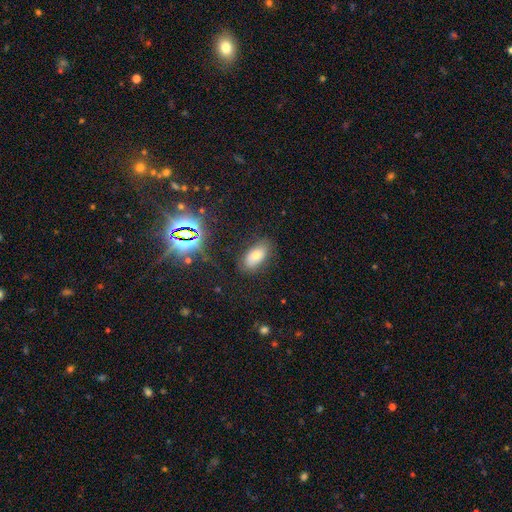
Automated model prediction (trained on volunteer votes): Morphology: type=smooth (64%); roundness=in between (90%); merging=none (80%).